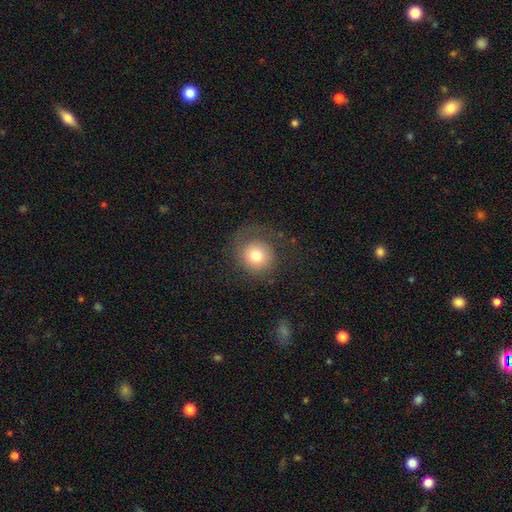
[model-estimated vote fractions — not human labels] Smooth or featured? Predicted: smooth (p=0.71). How rounded? Predicted: round (p=0.90). Merging? Predicted: none (p=0.65).